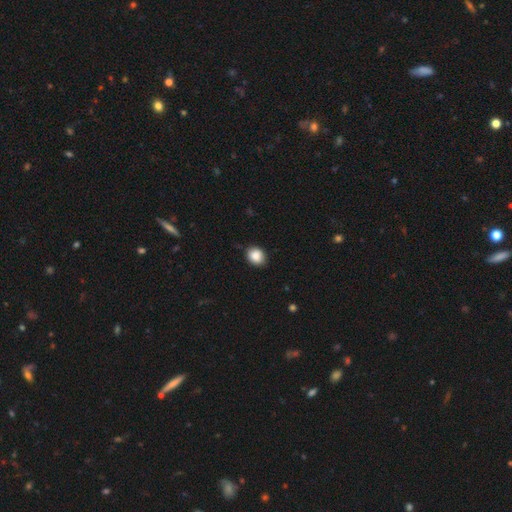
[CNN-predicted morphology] Overall: smooth (87%). How rounded: round (57%; in between 42%). Merging: none (85%).